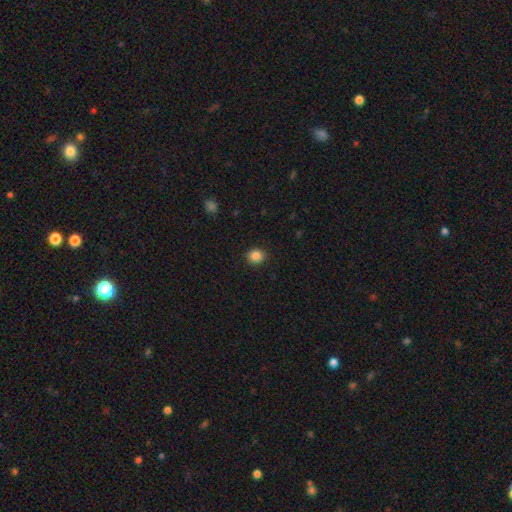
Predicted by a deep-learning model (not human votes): smooth-or-featured: smooth: 87% | star or artifact: 10% | featured or disk: 3%
  how-rounded: round: 73% | in between: 26% | cigar-shaped: 1%
  merging: none: 90% | minor disturbance: 7% | major disturbance: 2% | merger: 1%